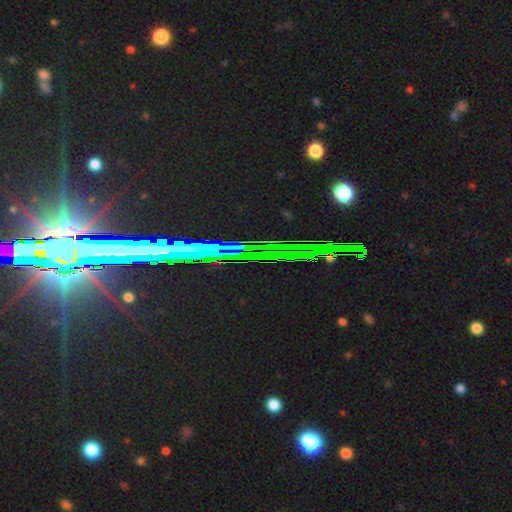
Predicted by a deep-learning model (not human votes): Q: Smooth or featured?
A: star or artifact (67%); runner-up: featured or disk (22%)